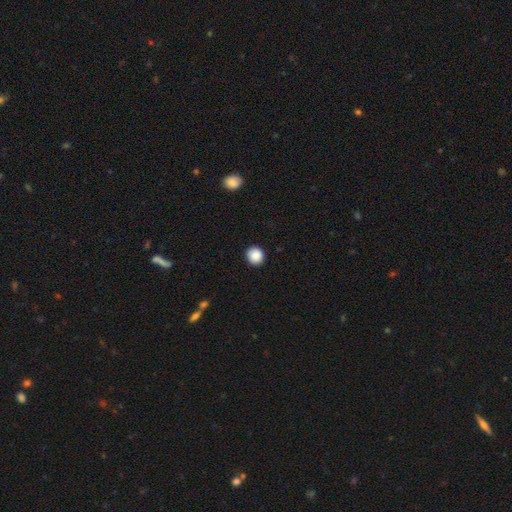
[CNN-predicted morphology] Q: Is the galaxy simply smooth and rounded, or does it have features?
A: smooth — 89%.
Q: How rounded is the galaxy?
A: round — 88%.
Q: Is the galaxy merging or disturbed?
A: none — 92%.